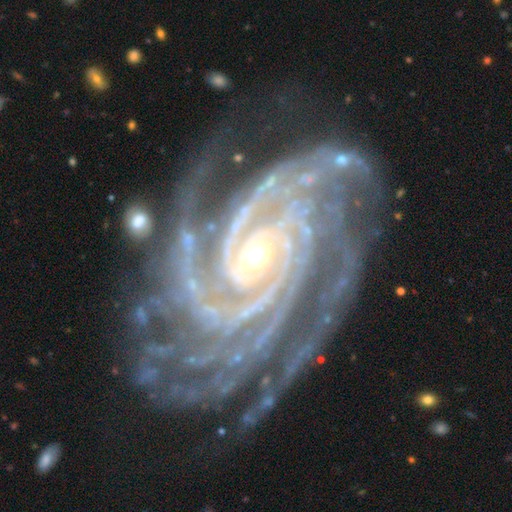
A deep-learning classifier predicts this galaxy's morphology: Smooth or featured: featured or disk — 94% (star or artifact — 4%)
Edge-on disk: no — 98% (yes — 2%)
Bar: no — 51% (weak — 27%)
Spiral arms: yes — 99% (no — 1%)
Spiral winding: tight — 81% (medium — 17%)
Spiral arm count: 4 — 27% (more than 4 — 22%)
Bulge size: small — 71% (moderate — 25%)
Merging: none — 76% (minor disturbance — 16%)